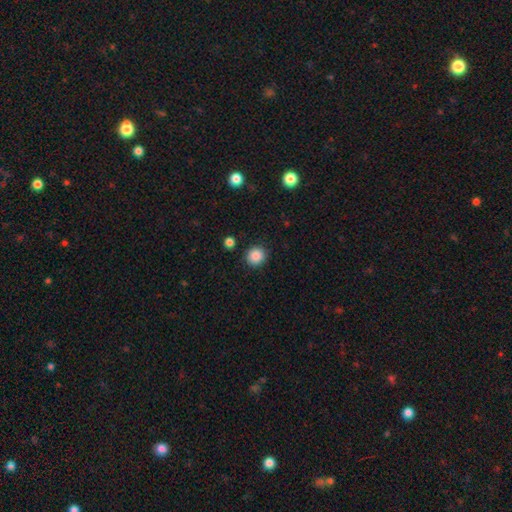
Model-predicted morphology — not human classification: A smooth galaxy with no disk features (87%) that is round (90%).

Vote fractions:
- Smooth or featured? smooth: 87% / star or artifact: 9% / featured or disk: 4%
- How rounded? round: 90% / in between: 9% / cigar-shaped: 1%
- Merging? none: 90% / minor disturbance: 6% / major disturbance: 2% / merger: 2%